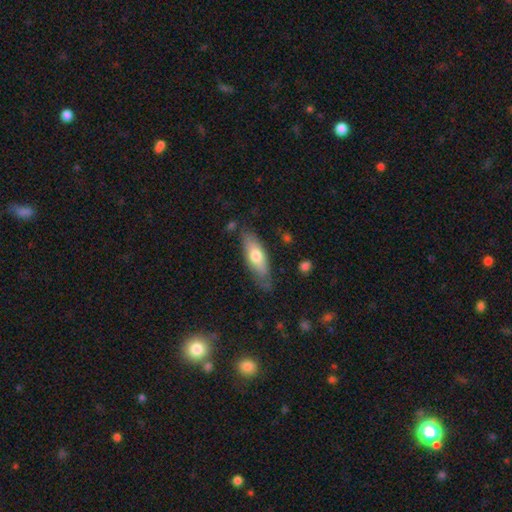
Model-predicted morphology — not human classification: Smooth or featured: smooth — 65% (featured or disk — 29%)
How rounded: in between — 61% (cigar-shaped — 37%)
Merging: none — 70% (minor disturbance — 22%)